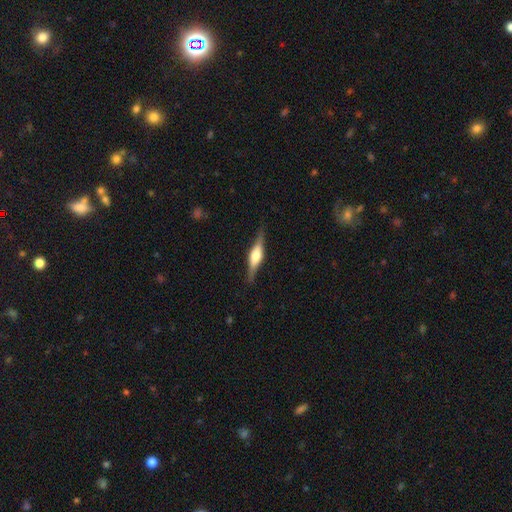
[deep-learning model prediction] Overall: featured or disk (74%). Edge-on disk: yes (97%). Edge-on bulge: rounded (85%). Merging: none (86%).